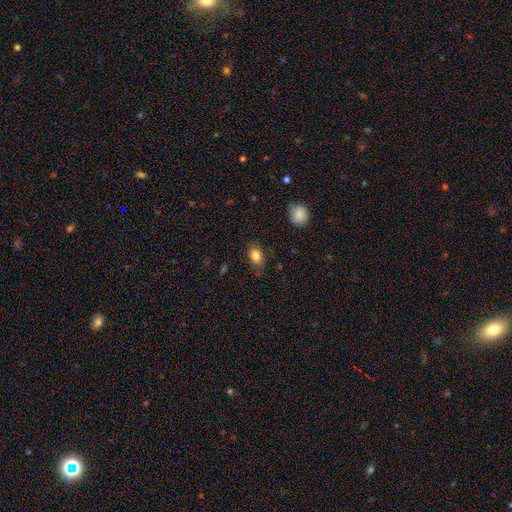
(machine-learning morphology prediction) Overall: smooth (83%). How rounded: in between (84%). Merging: none (76%).